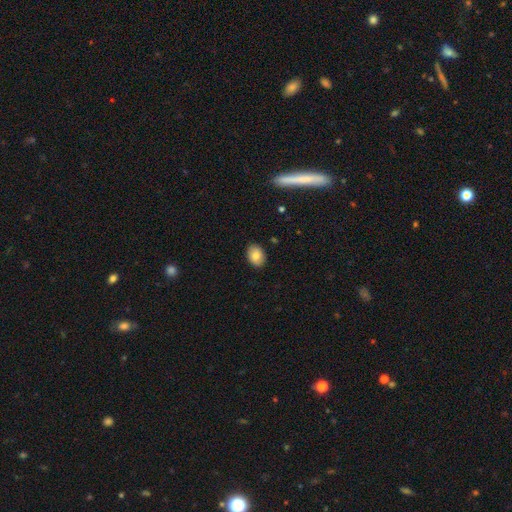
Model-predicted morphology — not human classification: Smooth or featured? Predicted: smooth (p=0.82). How rounded? Predicted: in between (p=0.75). Merging? Predicted: none (p=0.88).